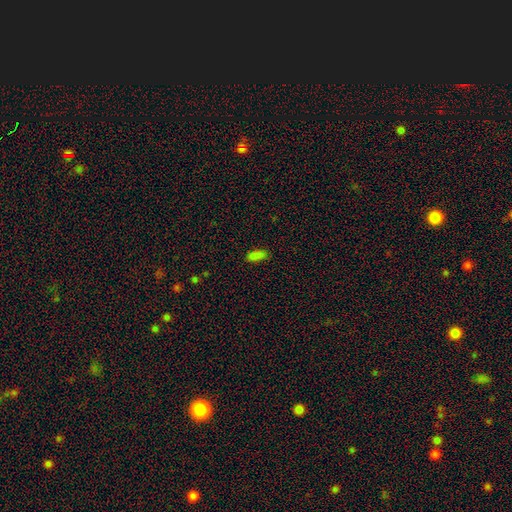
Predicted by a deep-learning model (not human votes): Smooth or featured? smooth (82%)
How rounded? in between (79%)
Merging? none (81%)